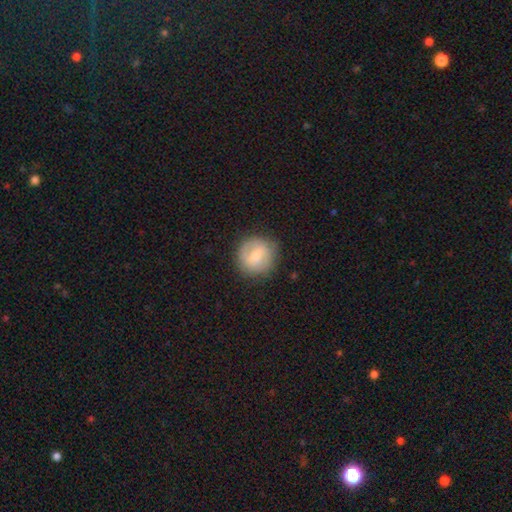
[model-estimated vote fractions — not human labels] Smooth or featured?
  - smooth: 55% *
  - featured or disk: 36%
  - star or artifact: 8%
How rounded?
  - round: 90% *
  - in between: 9%
  - cigar-shaped: 1%
Merging?
  - none: 84% *
  - minor disturbance: 12%
  - major disturbance: 4%
  - merger: 1%